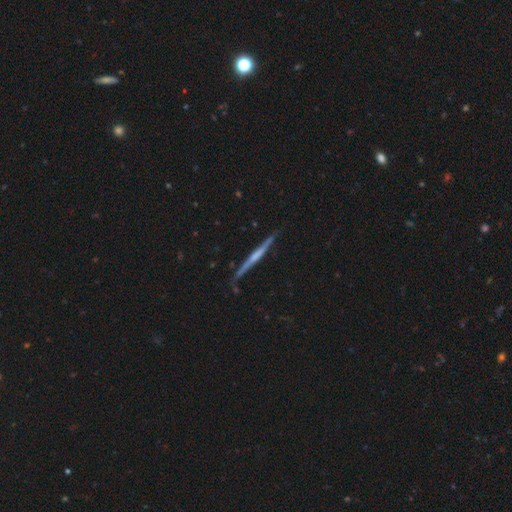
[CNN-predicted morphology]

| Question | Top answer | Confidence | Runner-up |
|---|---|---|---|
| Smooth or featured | featured or disk | 70% | smooth (25%) |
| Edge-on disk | yes | 98% | no (2%) |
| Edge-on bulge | none | 54% | rounded (32%) |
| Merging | none | 85% | minor disturbance (11%) |